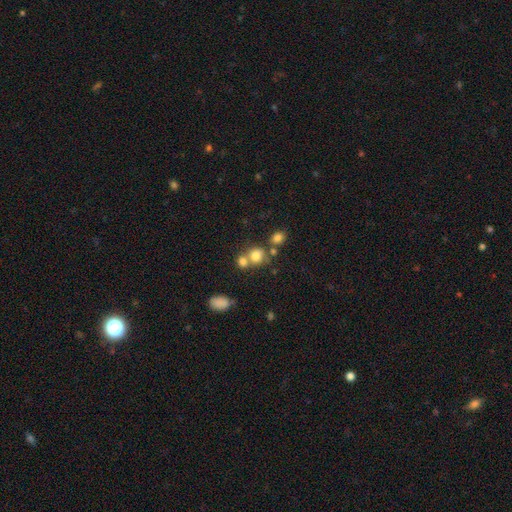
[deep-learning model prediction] Smooth or featured: smooth — 76% (star or artifact — 13%)
How rounded: round — 73% (in between — 25%)
Merging: none — 45% (merger — 42%)